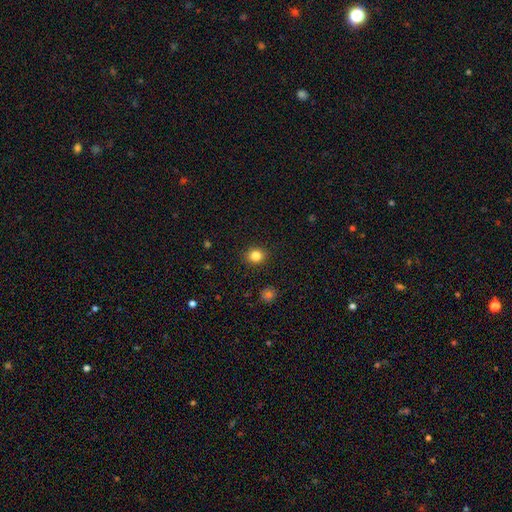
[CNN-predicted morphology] Smooth or featured? Predicted: smooth (p=0.83). How rounded? Predicted: round (p=0.78). Merging? Predicted: none (p=0.91).